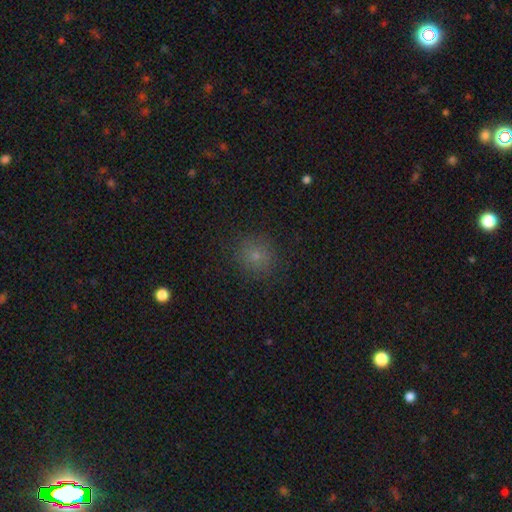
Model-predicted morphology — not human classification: A smooth galaxy with no disk features (74%) that is round (88%). Merging: none (87%).